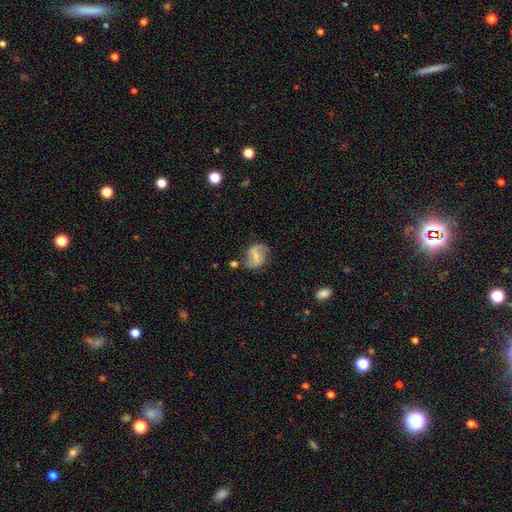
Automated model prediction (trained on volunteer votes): smooth-or-featured: featured or disk: 50% | smooth: 42% | star or artifact: 8%
  merging: none: 64% | minor disturbance: 22% | major disturbance: 7% | merger: 7%